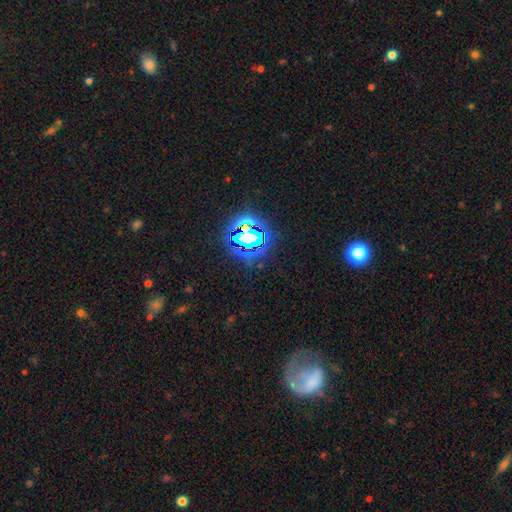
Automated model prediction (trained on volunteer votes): smooth-or-featured: star or artifact: 64% | featured or disk: 18% | smooth: 18%